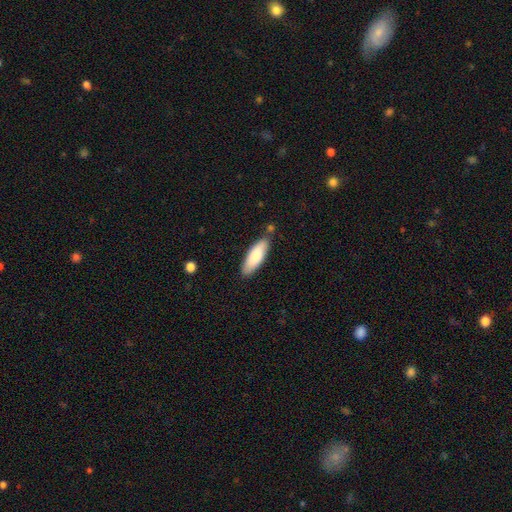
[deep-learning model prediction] Overall: smooth (81%). How rounded: in between (54%; cigar-shaped 44%). Merging: none (79%).